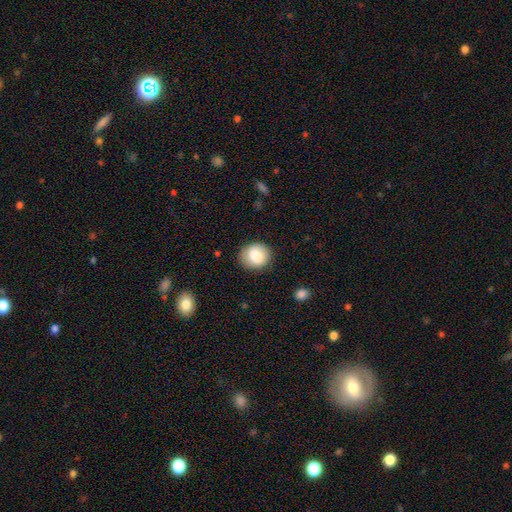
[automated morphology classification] smooth_or_featured: smooth (p=0.83) [alt: featured or disk p=0.10]
how_rounded: round (p=0.75) [alt: in between p=0.24]
merging: none (p=0.84) [alt: minor disturbance p=0.12]